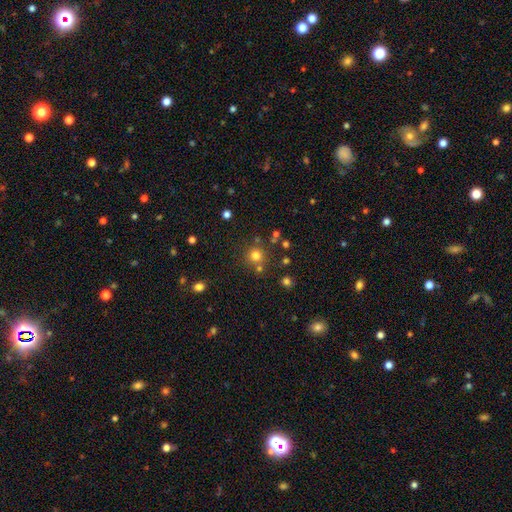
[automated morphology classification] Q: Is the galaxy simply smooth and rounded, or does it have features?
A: smooth — 75%.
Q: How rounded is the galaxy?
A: round — 93%.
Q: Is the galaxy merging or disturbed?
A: none — 76%.